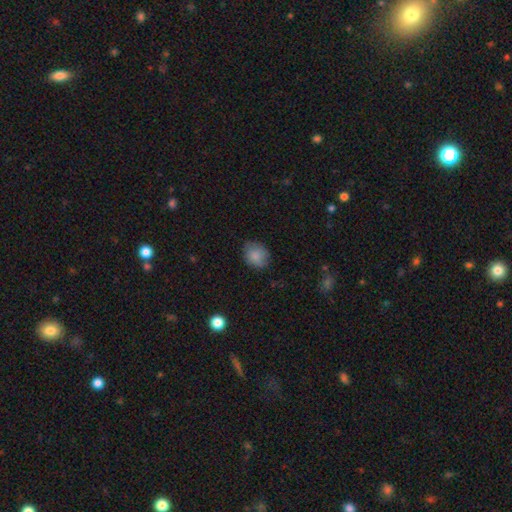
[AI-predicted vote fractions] smooth-or-featured: smooth: 84% | star or artifact: 8% | featured or disk: 8%
  how-rounded: round: 55% | in between: 44% | cigar-shaped: 1%
  merging: none: 75% | minor disturbance: 20% | major disturbance: 4% | merger: 1%